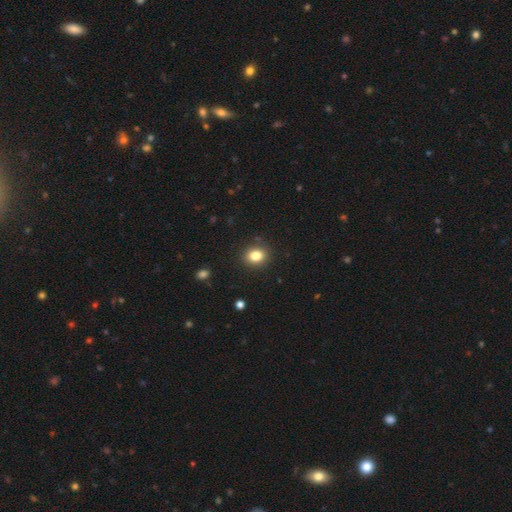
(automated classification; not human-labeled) Morphology: type=smooth (83%); roundness=round (55%); merging=none (88%).